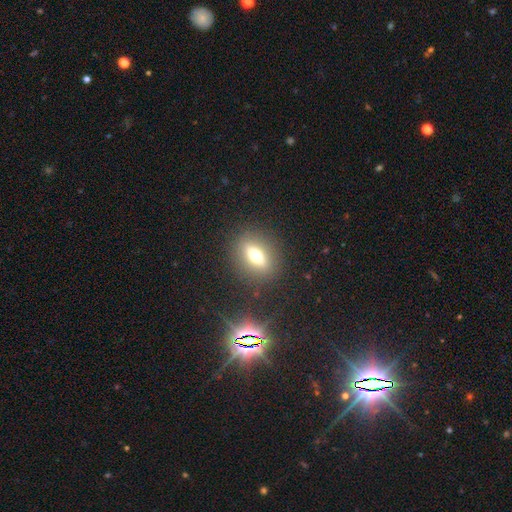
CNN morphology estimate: Smooth or featured? Predicted: smooth (p=0.59). How rounded? Predicted: in between (p=0.62). Merging? Predicted: none (p=0.85).